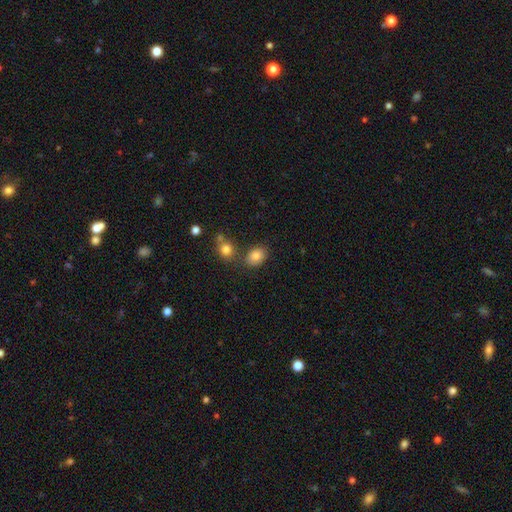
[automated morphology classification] smooth_or_featured: smooth (p=0.83) [alt: star or artifact p=0.10]
how_rounded: in between (p=0.68) [alt: round p=0.31]
merging: none (p=0.72) [alt: merger p=0.13]